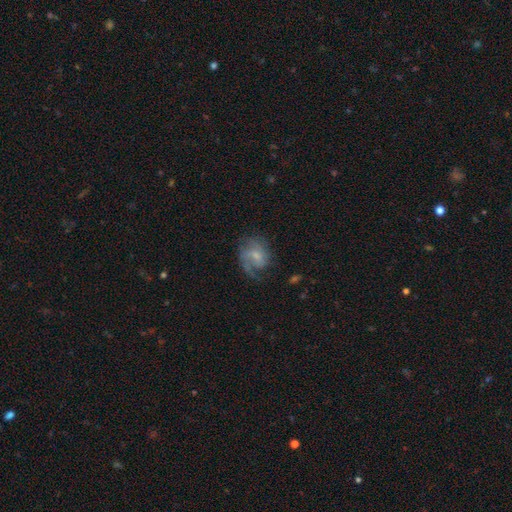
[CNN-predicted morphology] The model was most divided on "bar": weak: 47%, no: 46%, strong: 7%. Remaining: edge-on disk — no (98%); spiral arms — yes (86%); smooth or featured — featured or disk (66%); bulge size — small (52%); spiral arm count — 1 (52%); merging — none (50%); spiral winding — medium (42%).